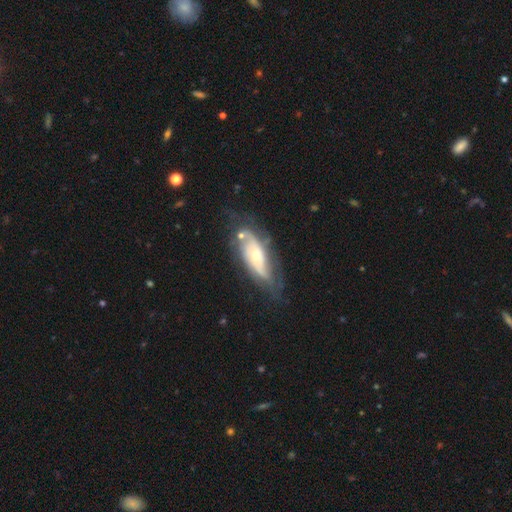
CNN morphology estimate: This is likely a featured or disk galaxy (72%). It is clearly not viewed edge-on (86%). Bar: likely no (67%). Spiral arm pattern: clearly yes (85%). Spiral arm count: possibly 2 (48%). Spiral winding: marginally tight (40%). Central bulge: possibly moderate (49%). Merging: possibly none (58%).